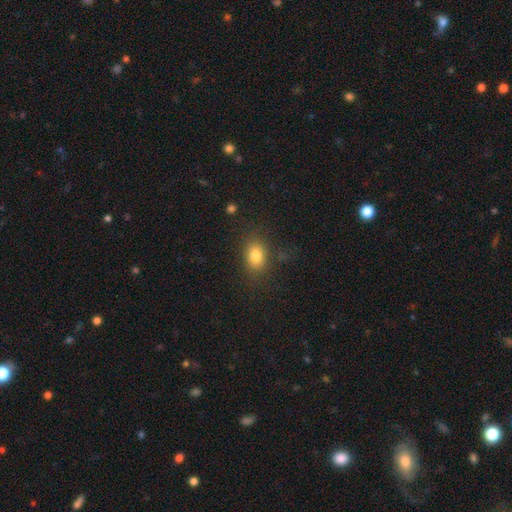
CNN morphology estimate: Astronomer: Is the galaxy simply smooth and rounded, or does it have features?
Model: smooth — 81%.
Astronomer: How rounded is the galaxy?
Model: in between — 69%.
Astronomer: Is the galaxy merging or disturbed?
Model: none — 80%.